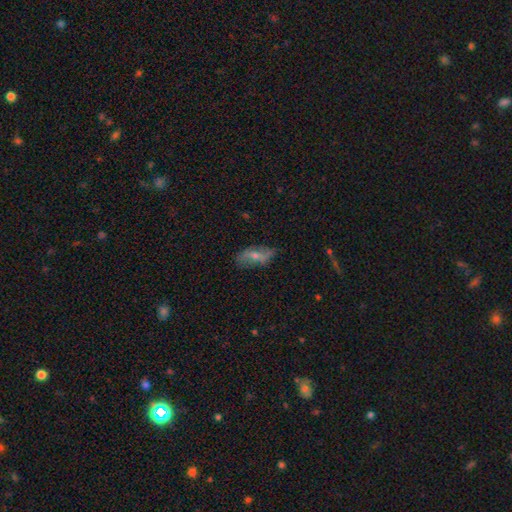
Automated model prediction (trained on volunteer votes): featured or disk 48%, smooth 44%, star or artifact 8%. Down the decision tree: merging — none (70%).